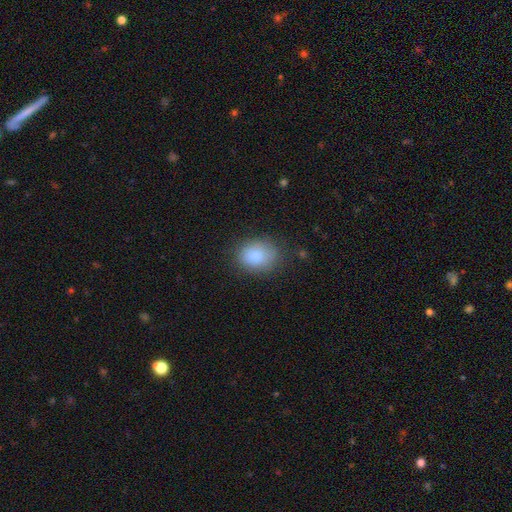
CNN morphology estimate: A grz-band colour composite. It shows a smooth galaxy with no disk features (86%) that is in between round and cigar-shaped (54%). Merging: none (75%).